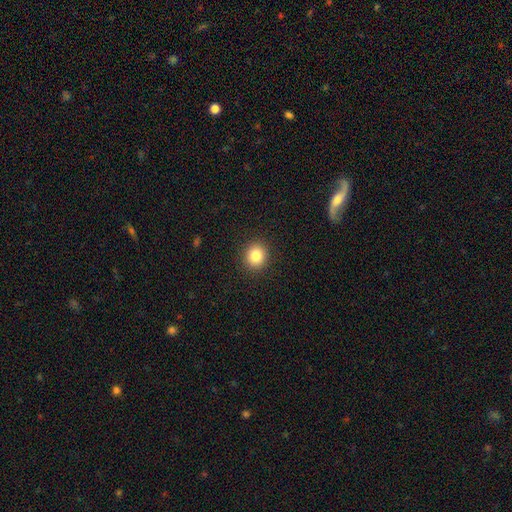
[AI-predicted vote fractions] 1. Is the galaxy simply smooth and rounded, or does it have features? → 84% smooth, 10% star or artifact, 6% featured or disk.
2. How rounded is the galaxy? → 84% round, 15% in between, 1% cigar-shaped.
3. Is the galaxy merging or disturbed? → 91% none, 6% minor disturbance, 2% major disturbance, 1% merger.